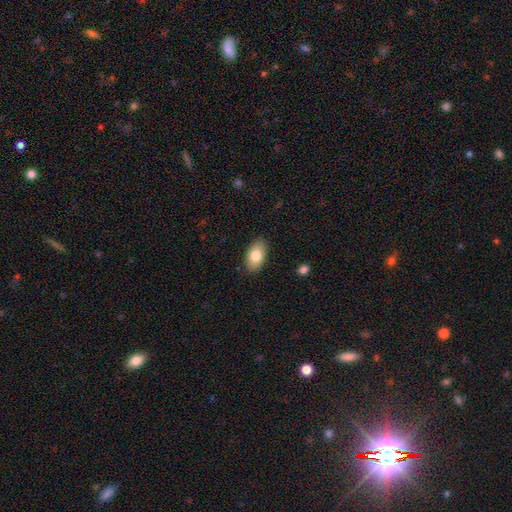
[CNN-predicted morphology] This appears to be a smooth galaxy with no disk features (81%) that is in between round and cigar-shaped (92%). Merging: none (86%).